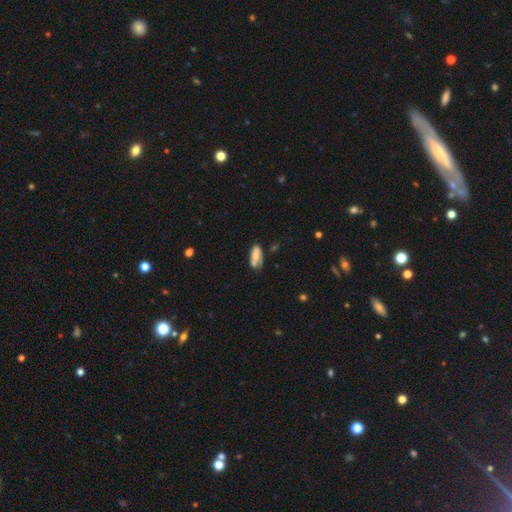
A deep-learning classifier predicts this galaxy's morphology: Overall: smooth (64%; featured or disk 29%). How rounded: in between (85%). Merging: none (45%; minor disturbance 28%).